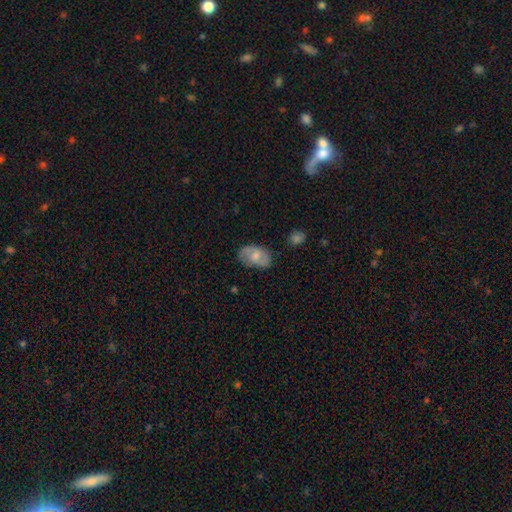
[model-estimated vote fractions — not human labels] Smooth or featured: smooth — 47% (featured or disk — 46%)
Merging: none — 71% (minor disturbance — 22%)